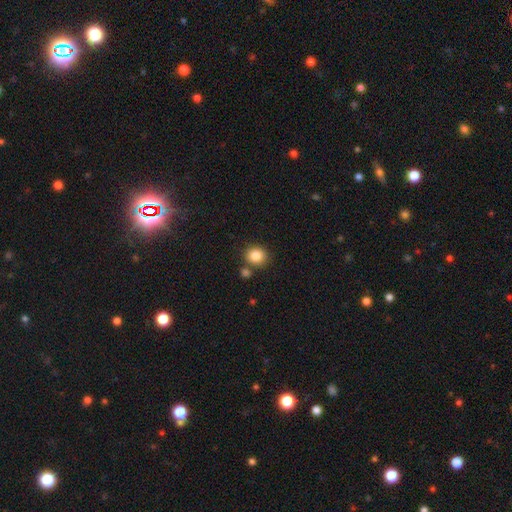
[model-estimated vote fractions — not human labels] smooth-or-featured: smooth: 85% | star or artifact: 10% | featured or disk: 5%
  how-rounded: round: 79% | in between: 20% | cigar-shaped: 1%
  merging: none: 75% | merger: 13% | minor disturbance: 9% | major disturbance: 3%